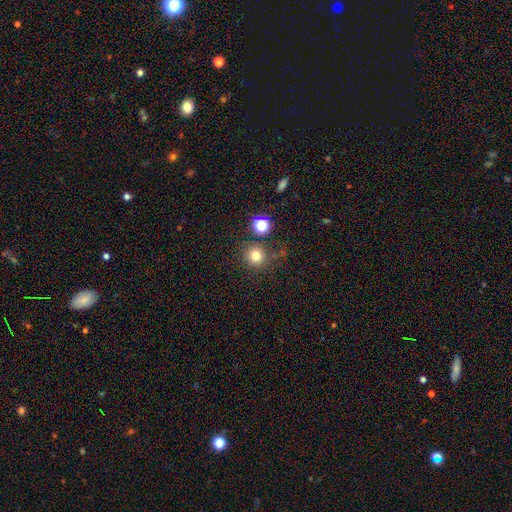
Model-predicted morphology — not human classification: The model was most divided on "smooth or featured": smooth: 77%, star or artifact: 16%, featured or disk: 7%. More confident: how rounded — round (92%); merging — none (82%).